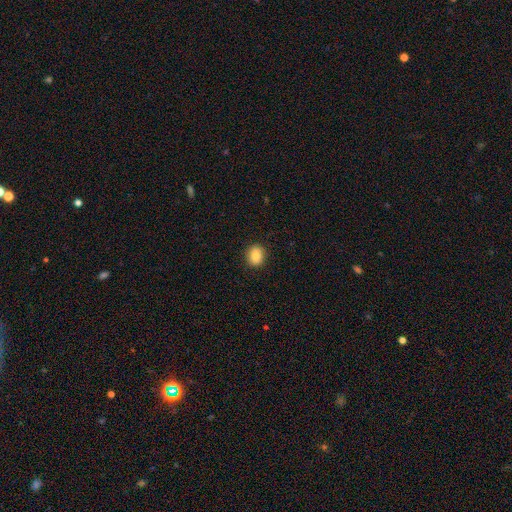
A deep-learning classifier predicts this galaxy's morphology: The model was most divided on "how rounded": round: 61%, in between: 38%, cigar-shaped: 1%. More confident: merging — none (90%); smooth or featured — smooth (83%).